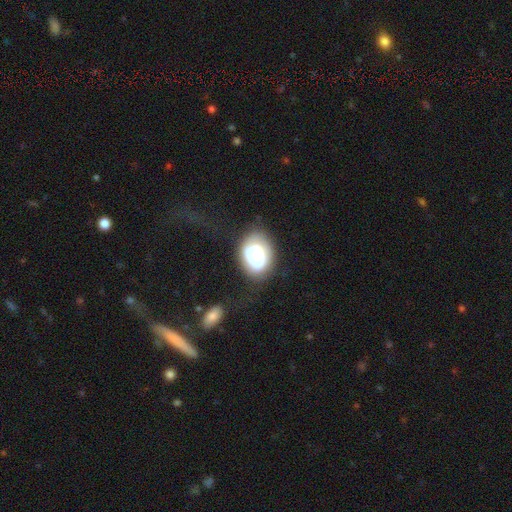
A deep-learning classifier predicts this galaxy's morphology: smooth-or-featured: smooth: 62% | featured or disk: 28% | star or artifact: 9%
  how-rounded: in between: 75% | round: 24% | cigar-shaped: 1%
  merging: none: 51% | minor disturbance: 26% | major disturbance: 18% | merger: 5%